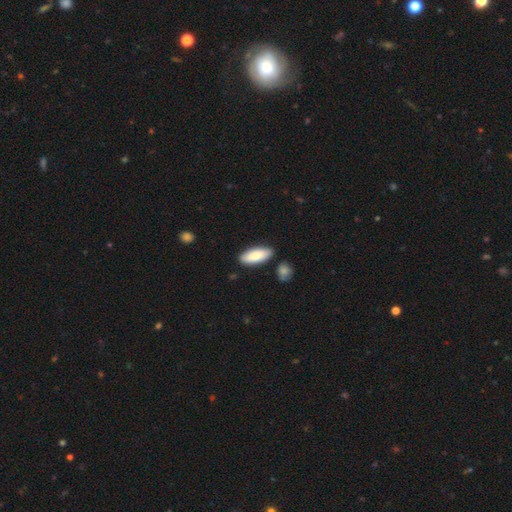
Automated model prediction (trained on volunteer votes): Morphology: type=smooth (83%); roundness=in between (79%); merging=none (85%).